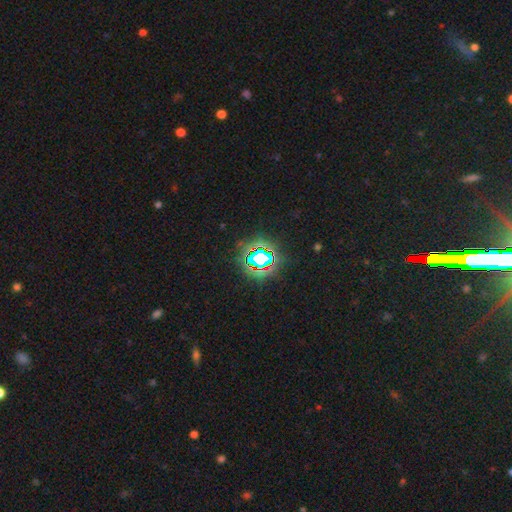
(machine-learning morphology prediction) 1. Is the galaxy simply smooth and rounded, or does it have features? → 73% star or artifact, 17% smooth, 10% featured or disk.